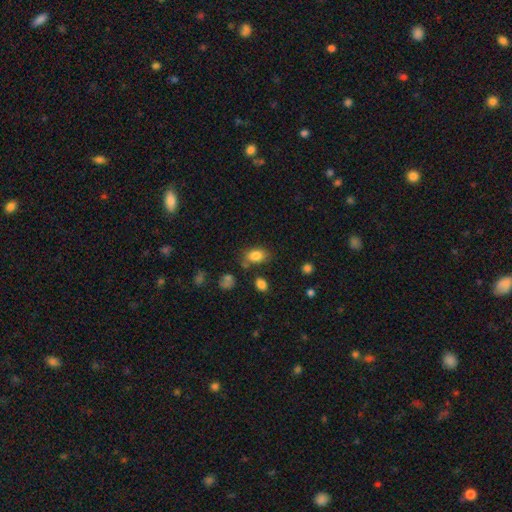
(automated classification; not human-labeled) This is clearly a smooth galaxy (83%). How rounded: clearly in between (86%). Merging: likely none (67%).